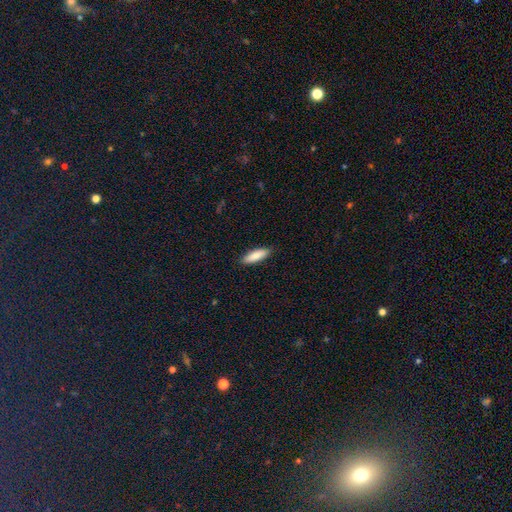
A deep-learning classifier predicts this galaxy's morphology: Q: Smooth or featured?
A: smooth (85%); runner-up: featured or disk (9%)
Q: How rounded?
A: cigar-shaped (51%); runner-up: in between (47%)
Q: Merging?
A: none (90%); runner-up: minor disturbance (8%)